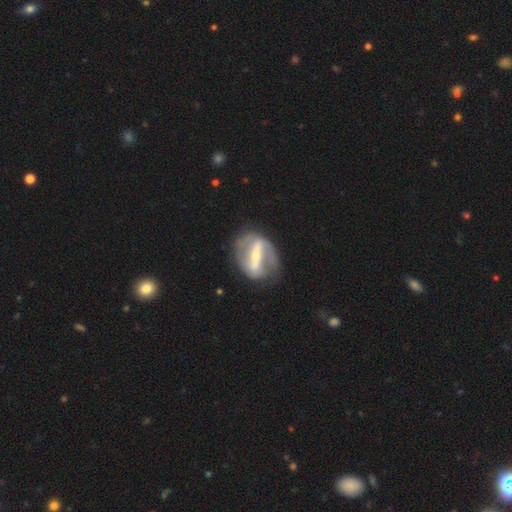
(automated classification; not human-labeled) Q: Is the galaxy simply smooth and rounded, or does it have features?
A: featured or disk — 82%.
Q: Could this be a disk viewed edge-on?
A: no — 90%.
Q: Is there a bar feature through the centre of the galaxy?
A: strong — 80%.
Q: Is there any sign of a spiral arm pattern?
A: yes — 65%.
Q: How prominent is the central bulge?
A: small — 56%.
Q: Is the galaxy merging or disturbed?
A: none — 70%.